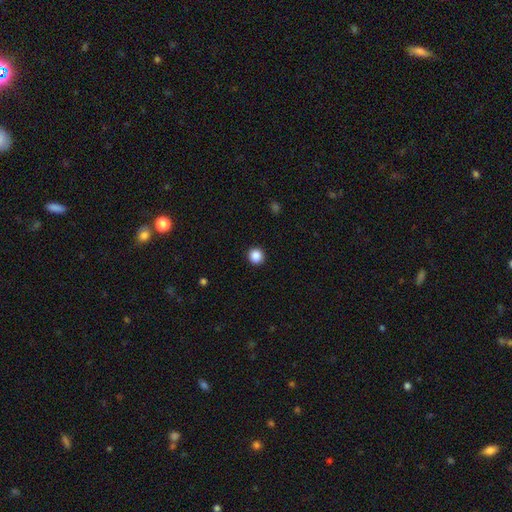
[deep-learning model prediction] Smooth or featured?
  - smooth: 87% *
  - star or artifact: 10%
  - featured or disk: 3%
How rounded?
  - round: 93% *
  - in between: 6%
  - cigar-shaped: 1%
Merging?
  - none: 93% *
  - minor disturbance: 5%
  - major disturbance: 2%
  - merger: 1%